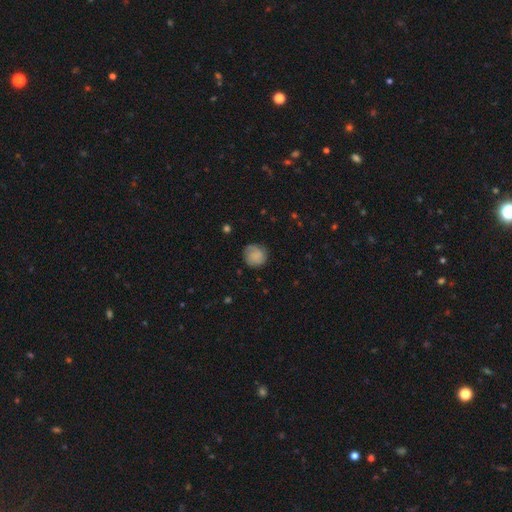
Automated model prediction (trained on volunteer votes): Smooth or featured: smooth — 61% (featured or disk — 30%)
How rounded: round — 87% (in between — 12%)
Merging: none — 77% (minor disturbance — 16%)